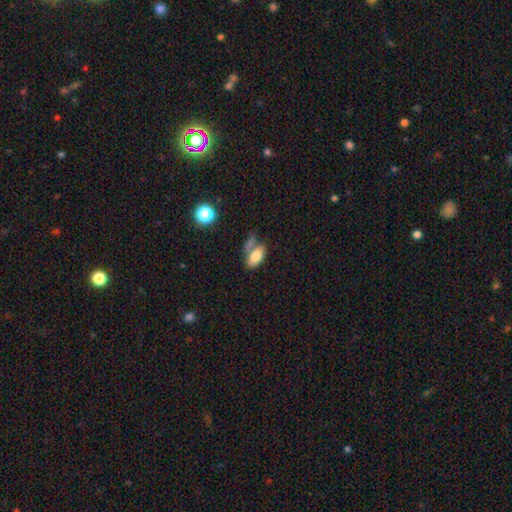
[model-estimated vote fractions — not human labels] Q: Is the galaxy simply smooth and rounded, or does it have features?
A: smooth — 78%.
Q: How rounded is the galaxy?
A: in between — 90%.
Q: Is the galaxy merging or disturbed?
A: none — 42%.